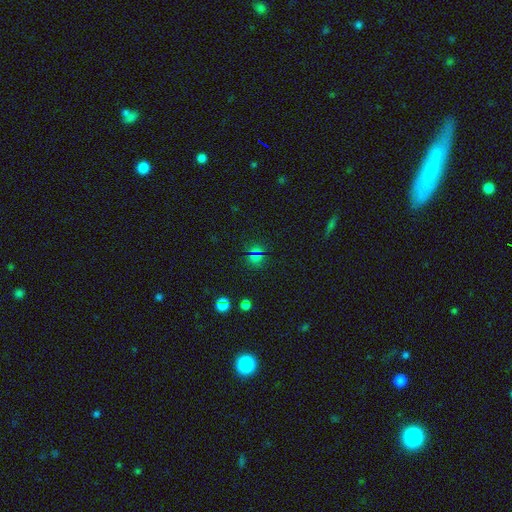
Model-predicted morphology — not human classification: A smooth galaxy with no disk features (48%). Merging: none (85%).